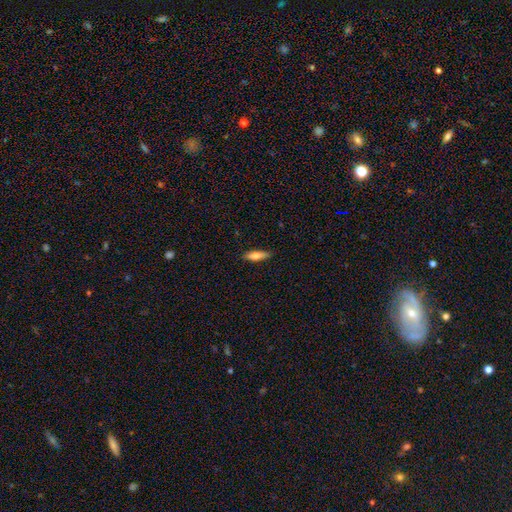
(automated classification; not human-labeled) Smooth or featured? smooth (76%)
How rounded? cigar-shaped (54%)
Merging? none (85%)